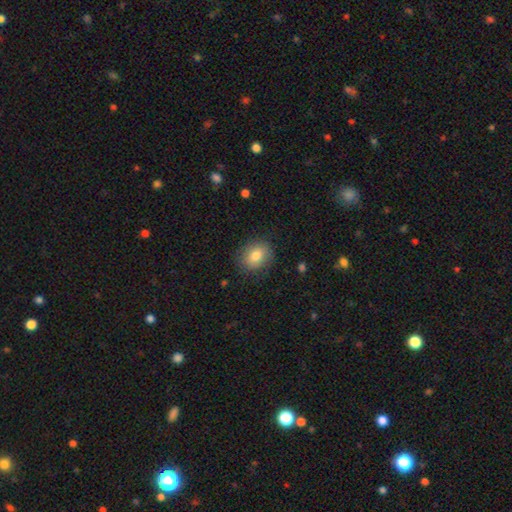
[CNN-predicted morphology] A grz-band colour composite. It shows a smooth galaxy with no disk features (81%) that is round (55%). Merging: none (84%).